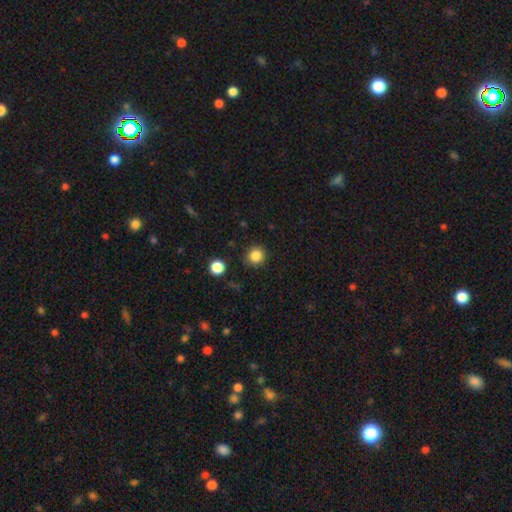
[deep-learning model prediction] This appears to be a smooth galaxy with no disk features (85%) that is round (89%). Merging: none (88%).